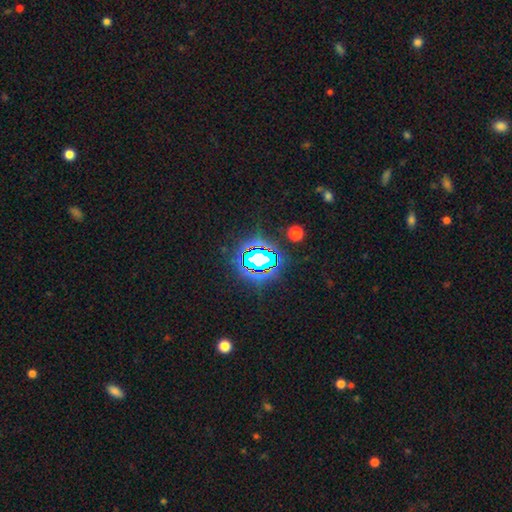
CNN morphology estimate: Smooth or featured? star or artifact (70%)